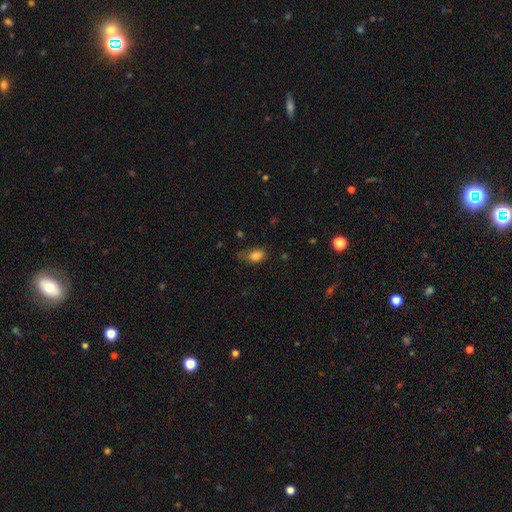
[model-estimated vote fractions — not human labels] This is clearly a smooth galaxy (83%). How rounded: clearly in between (85%). Merging: possibly none (52%).